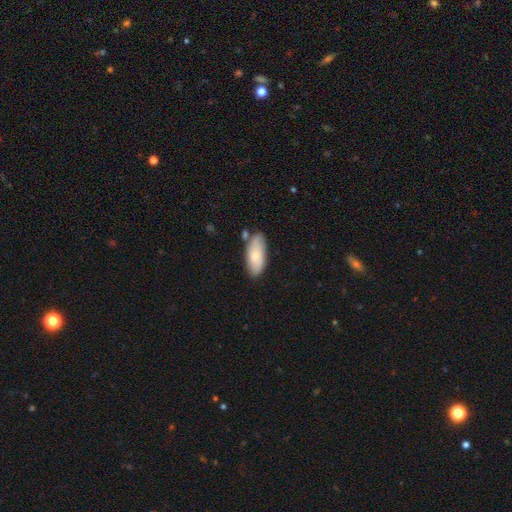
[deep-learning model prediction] Smooth or featured? Predicted: smooth (p=0.71). How rounded? Predicted: in between (p=0.85). Merging? Predicted: none (p=0.72).